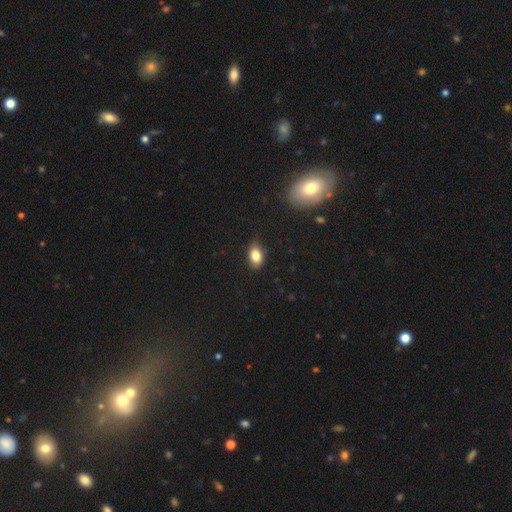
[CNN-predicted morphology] The model was most divided on "merging": none: 74%, minor disturbance: 21%, major disturbance: 4%, merger: 1%. More confident: how rounded — in between (83%); smooth or featured — smooth (82%).